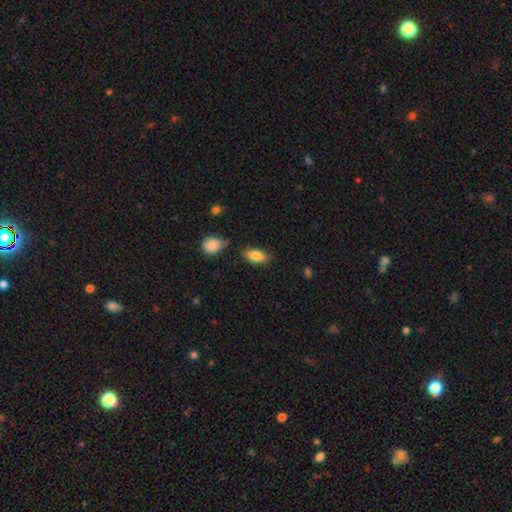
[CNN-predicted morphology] Overall: smooth (85%). How rounded: in between (89%). Merging: none (76%).